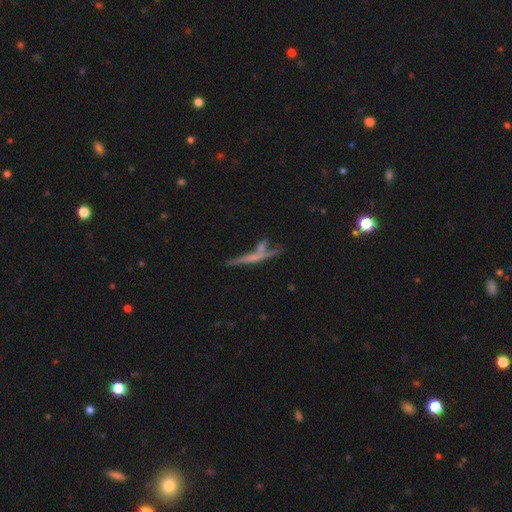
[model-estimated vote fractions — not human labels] A featured or disk galaxy (54%) viewed edge-on (87%).

Vote fractions:
- Smooth or featured? featured or disk: 54% / smooth: 35% / star or artifact: 11%
- Edge-on disk? yes: 87% / no: 13%
- Merging? none: 52% / merger: 25% / minor disturbance: 14% / major disturbance: 8%